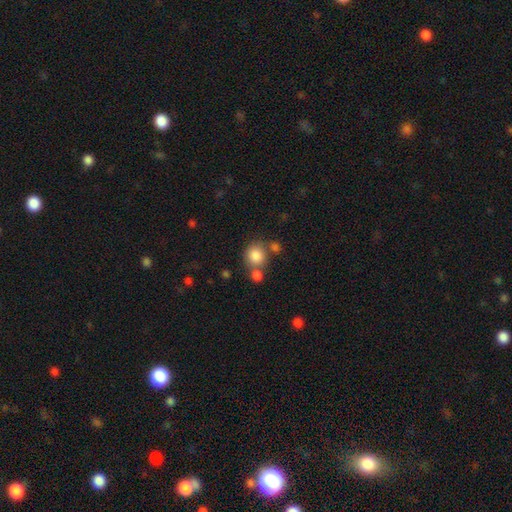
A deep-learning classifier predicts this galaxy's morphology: A smooth galaxy with no disk features (84%) that is round (83%).

Vote fractions:
- Smooth or featured? smooth: 84% / star or artifact: 10% / featured or disk: 7%
- How rounded? round: 83% / in between: 16% / cigar-shaped: 1%
- Merging? none: 60% / merger: 24% / minor disturbance: 11% / major disturbance: 5%